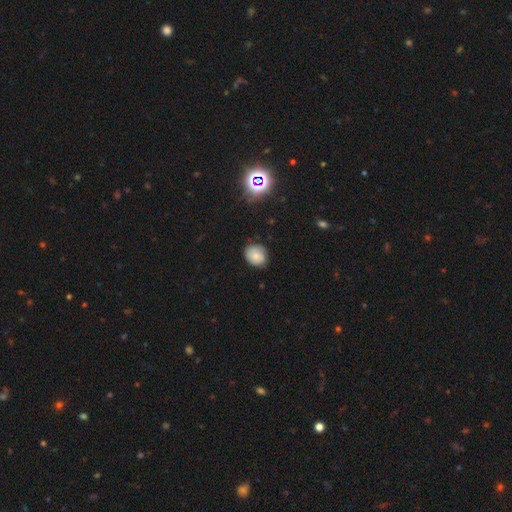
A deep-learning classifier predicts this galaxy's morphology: smooth 73%, featured or disk 14%, star or artifact 13%. Down the decision tree: how rounded — round (65%); merging — none (79%).